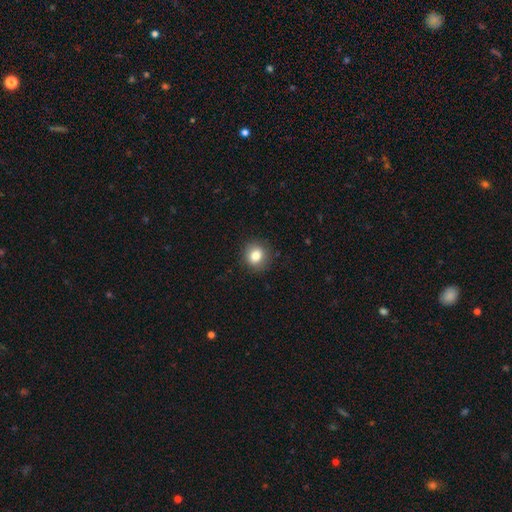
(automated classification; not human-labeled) smooth_or_featured: smooth (p=0.82) [alt: star or artifact p=0.10]
how_rounded: round (p=0.78) [alt: in between p=0.21]
merging: none (p=0.88) [alt: minor disturbance p=0.08]